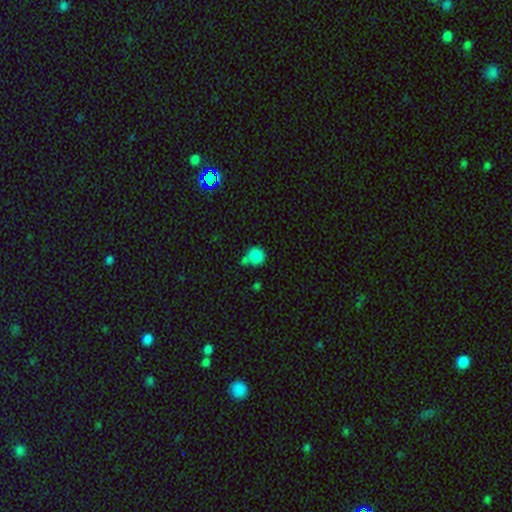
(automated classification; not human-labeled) Q: Smooth or featured?
A: smooth (85%); runner-up: star or artifact (10%)
Q: How rounded?
A: round (91%); runner-up: in between (8%)
Q: Merging?
A: none (55%); runner-up: merger (24%)